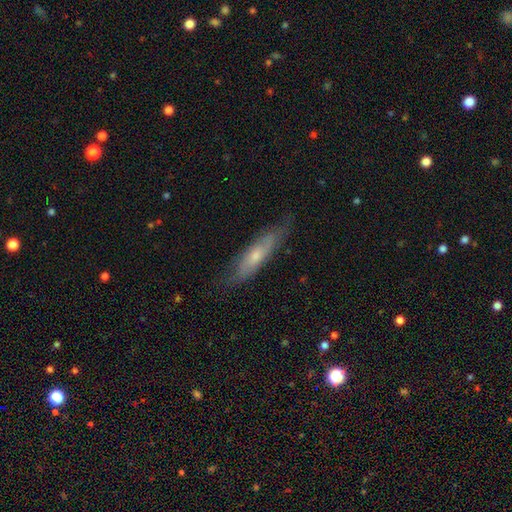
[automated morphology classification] This is possibly a featured or disk galaxy (48%). Merging: likely none (71%).